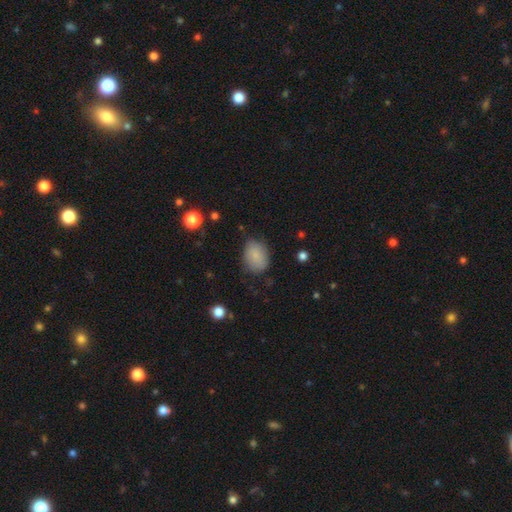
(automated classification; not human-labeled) Smooth or featured? Predicted: smooth (p=0.82). How rounded? Predicted: in between (p=0.70). Merging? Predicted: none (p=0.73).